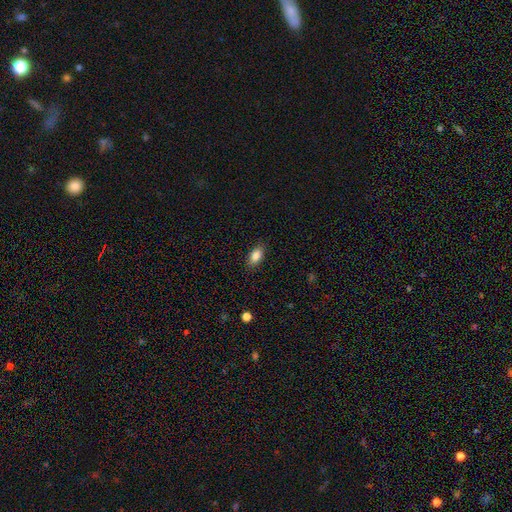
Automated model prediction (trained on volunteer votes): A smooth galaxy with no disk features (86%) that is in between round and cigar-shaped (89%). Merging: none (86%).